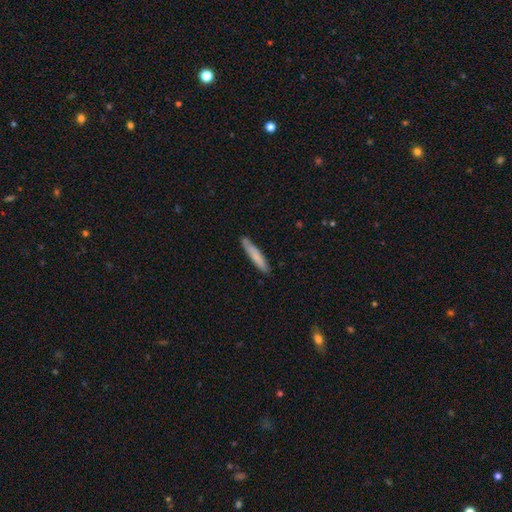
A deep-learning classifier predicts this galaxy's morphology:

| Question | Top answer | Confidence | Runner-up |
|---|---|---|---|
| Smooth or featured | smooth | 77% | featured or disk (18%) |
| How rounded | cigar-shaped | 93% | in between (6%) |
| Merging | none | 86% | minor disturbance (11%) |